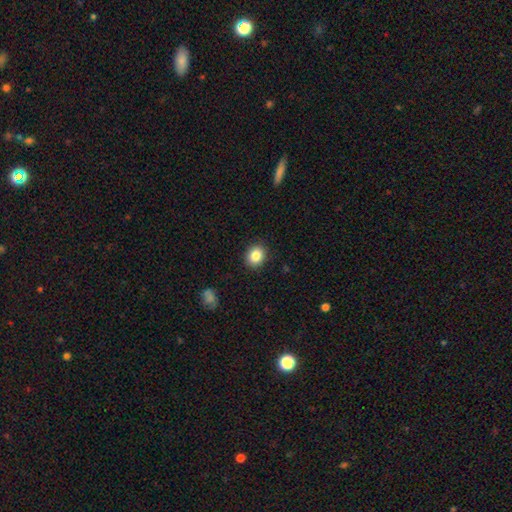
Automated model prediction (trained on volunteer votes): smooth-or-featured: smooth: 85% | star or artifact: 9% | featured or disk: 6%
  how-rounded: round: 66% | in between: 33% | cigar-shaped: 1%
  merging: none: 89% | minor disturbance: 7% | major disturbance: 2% | merger: 1%